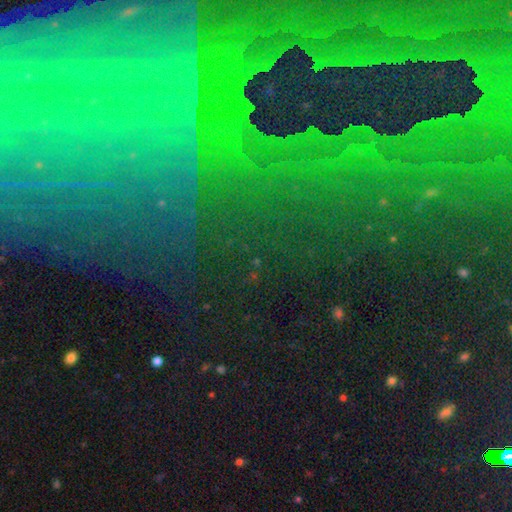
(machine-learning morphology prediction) star or artifact 71%, featured or disk 17%, smooth 13%.